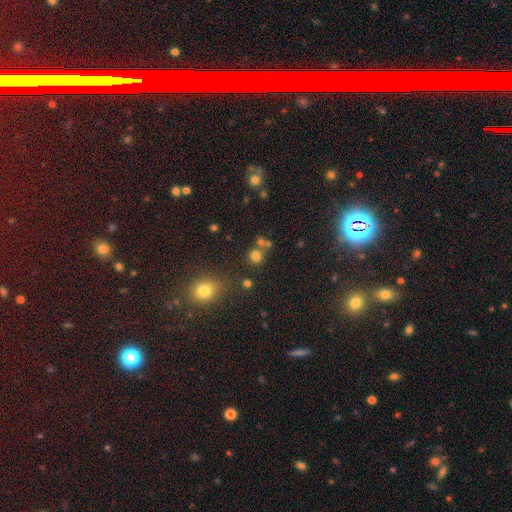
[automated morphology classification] Smooth or featured? Predicted: smooth (p=0.72). How rounded? Predicted: round (p=0.81). Merging? Predicted: none (p=0.63).